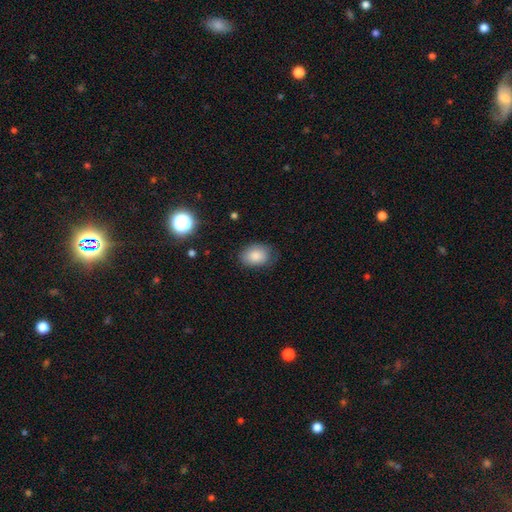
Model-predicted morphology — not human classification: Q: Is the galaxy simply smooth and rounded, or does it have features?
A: smooth — 84%.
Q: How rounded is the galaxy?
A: in between — 77%.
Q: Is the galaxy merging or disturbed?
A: none — 74%.